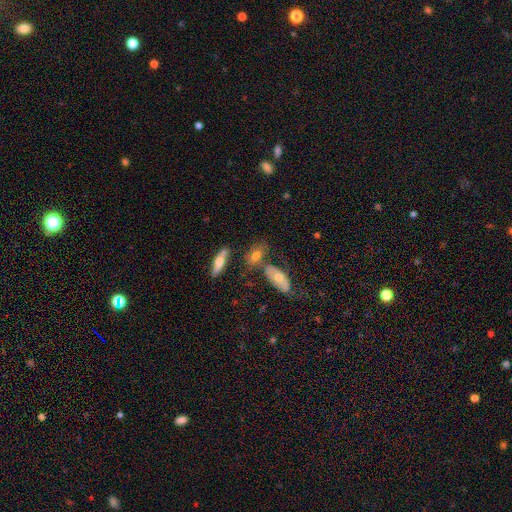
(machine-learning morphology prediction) Smooth or featured: smooth — 67% (featured or disk — 24%)
How rounded: in between — 78% (cigar-shaped — 11%)
Merging: none — 54% (merger — 23%)